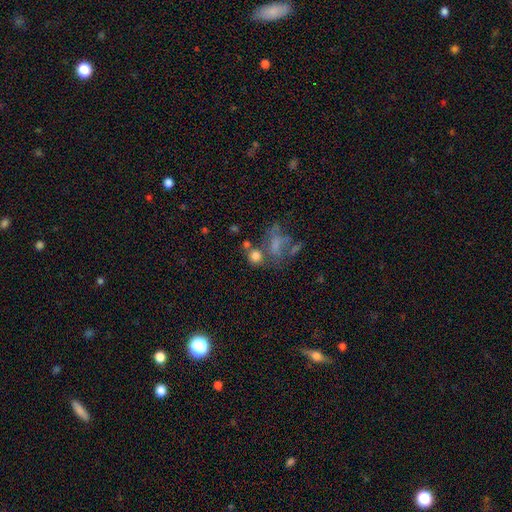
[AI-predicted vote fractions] Smooth or featured: smooth — 72% (star or artifact — 15%)
How rounded: round — 75% (in between — 24%)
Merging: none — 50% (merger — 25%)